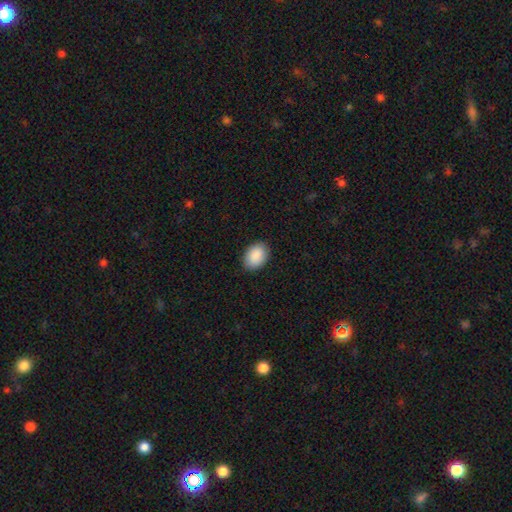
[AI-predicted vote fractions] smooth-or-featured: smooth: 91% | star or artifact: 6% | featured or disk: 3%
  how-rounded: in between: 80% | round: 19% | cigar-shaped: 1%
  merging: none: 87% | minor disturbance: 10% | major disturbance: 2% | merger: 1%